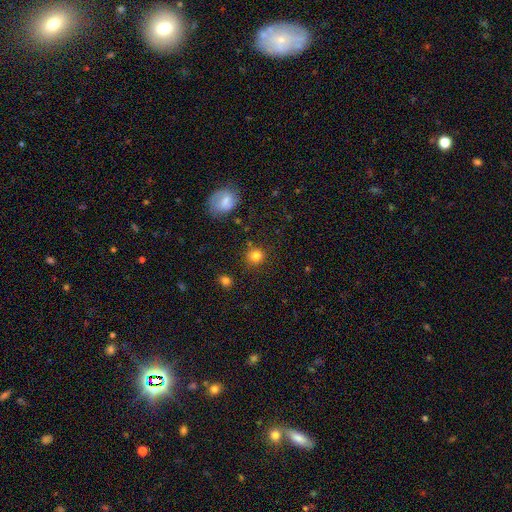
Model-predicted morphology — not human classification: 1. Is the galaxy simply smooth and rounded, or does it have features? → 83% smooth, 12% star or artifact, 6% featured or disk.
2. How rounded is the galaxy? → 87% round, 12% in between, 1% cigar-shaped.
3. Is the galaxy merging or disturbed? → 84% none, 10% minor disturbance, 3% merger, 3% major disturbance.